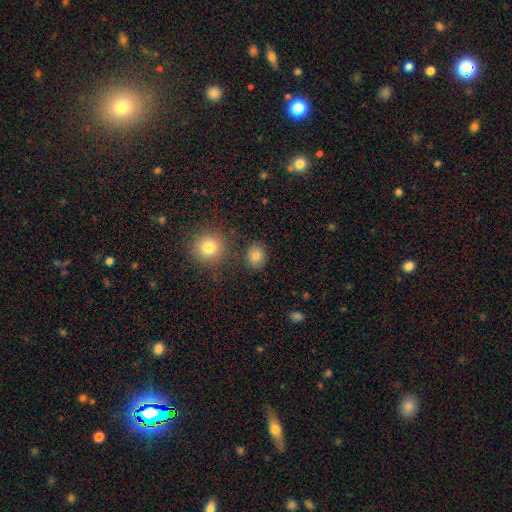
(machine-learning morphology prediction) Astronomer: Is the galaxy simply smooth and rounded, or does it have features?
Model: smooth — 81%.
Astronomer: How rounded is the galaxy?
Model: round — 73%.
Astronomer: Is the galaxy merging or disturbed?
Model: none — 84%.